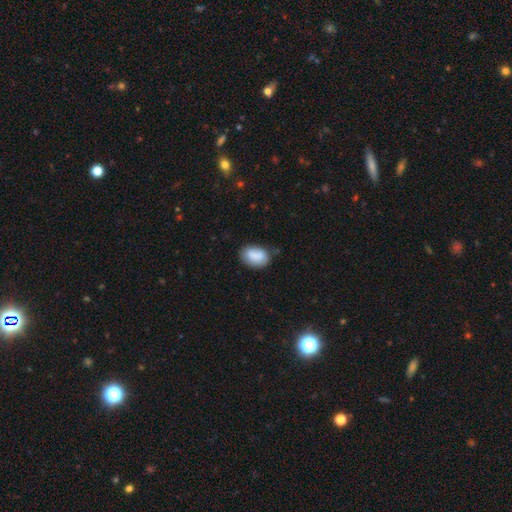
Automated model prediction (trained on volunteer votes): This appears to be a smooth galaxy with no disk features (84%) that is in between round and cigar-shaped (84%). Merging: none (69%).